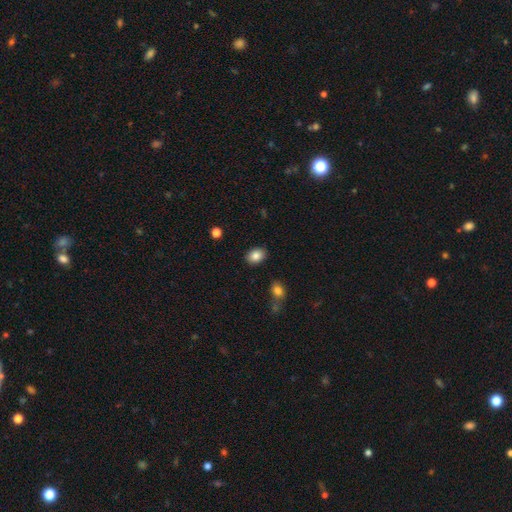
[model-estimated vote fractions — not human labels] This appears to be a smooth galaxy with no disk features (86%) that is in between round and cigar-shaped (73%). Merging: none (88%).